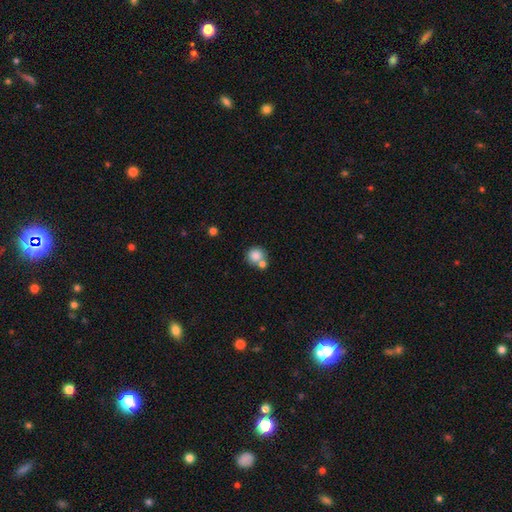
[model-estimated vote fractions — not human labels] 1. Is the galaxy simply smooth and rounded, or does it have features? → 83% smooth, 9% star or artifact, 7% featured or disk.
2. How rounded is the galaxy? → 89% round, 10% in between, 1% cigar-shaped.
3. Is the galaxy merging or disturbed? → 54% none, 33% merger, 10% minor disturbance, 4% major disturbance.